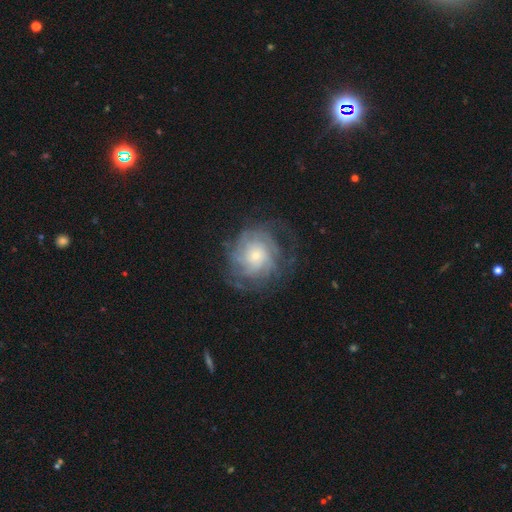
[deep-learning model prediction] featured or disk 74%, smooth 19%, star or artifact 7%. Down the decision tree: edge-on disk — no (97%); bar — no (80%); spiral arms — yes (89%); spiral arm count — can't tell (46%); spiral winding — tight (62%); bulge size — small (64%); merging — none (67%).